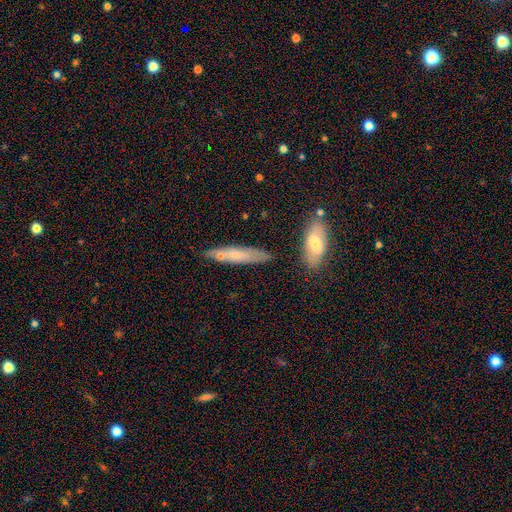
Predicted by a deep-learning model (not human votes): smooth 58%, featured or disk 34%, star or artifact 8%. Down the decision tree: how rounded — cigar-shaped (82%); merging — none (73%).